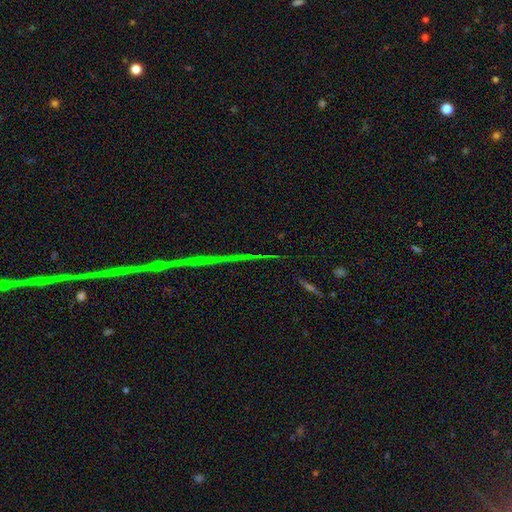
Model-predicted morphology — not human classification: This is likely a star or artifact rather than a galaxy (75%).